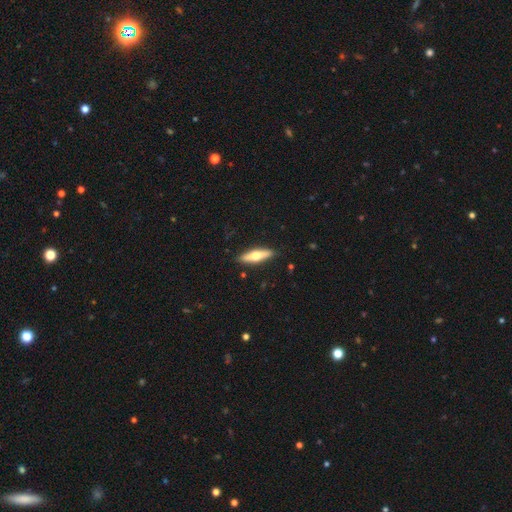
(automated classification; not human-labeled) featured or disk 49%, smooth 46%, star or artifact 5%. Down the decision tree: merging — none (89%).